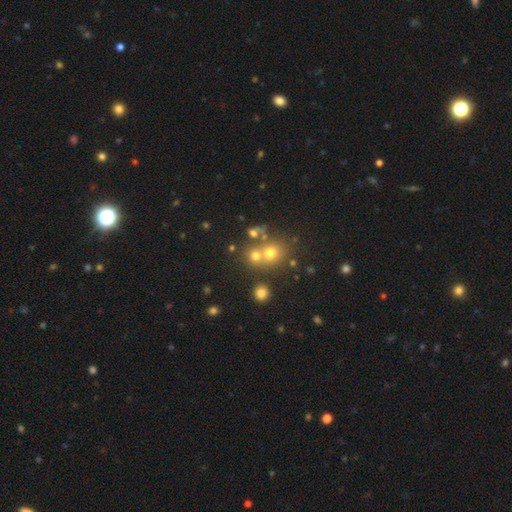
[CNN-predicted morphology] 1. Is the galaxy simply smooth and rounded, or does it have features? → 67% smooth, 20% star or artifact, 14% featured or disk.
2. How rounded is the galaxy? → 82% round, 17% in between, 1% cigar-shaped.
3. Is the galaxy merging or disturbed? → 51% none, 38% merger, 7% minor disturbance, 4% major disturbance.